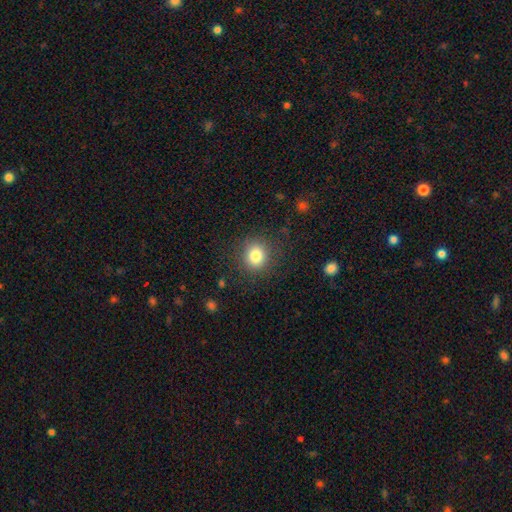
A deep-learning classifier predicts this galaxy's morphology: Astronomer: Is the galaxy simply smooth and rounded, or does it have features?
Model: smooth — 82%.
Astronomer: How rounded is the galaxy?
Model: round — 83%.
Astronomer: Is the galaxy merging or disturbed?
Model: none — 86%.